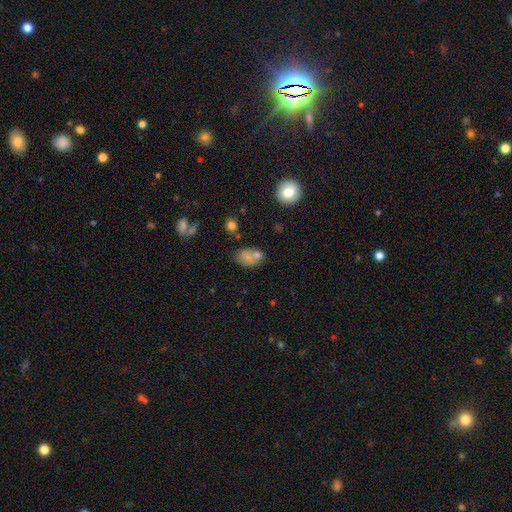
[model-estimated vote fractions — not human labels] This appears to be a smooth galaxy with no disk features (68%) that is in between round and cigar-shaped (73%). Merging: none (51%).